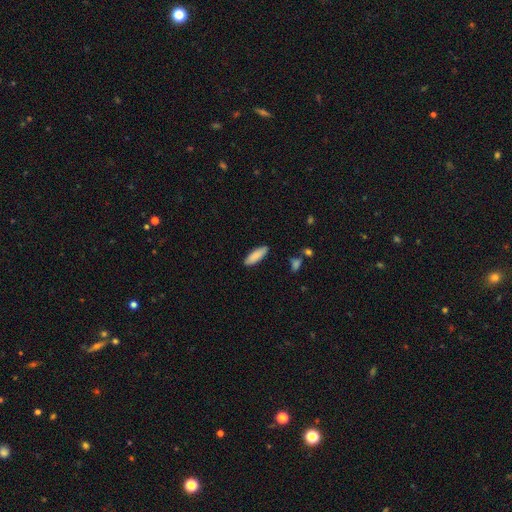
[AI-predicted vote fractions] Smooth or featured: smooth — 88% (featured or disk — 7%)
How rounded: in between — 55% (cigar-shaped — 44%)
Merging: none — 87% (minor disturbance — 9%)